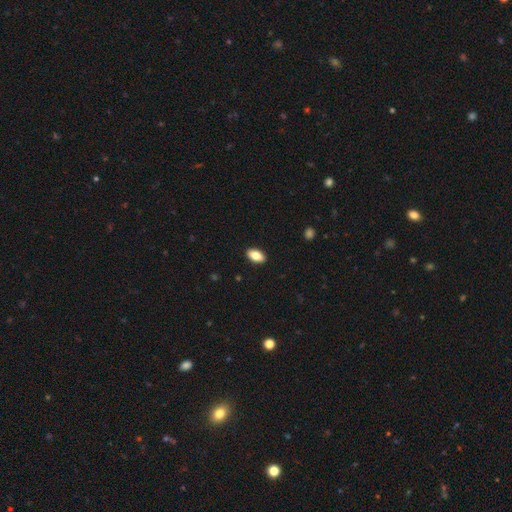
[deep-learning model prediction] Overall: smooth (81%). How rounded: in between (92%). Merging: none (91%).